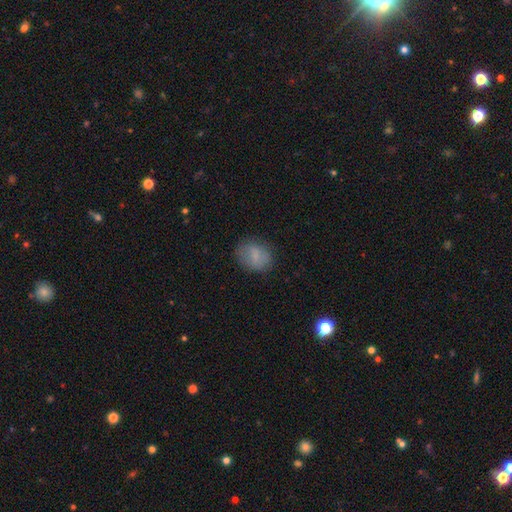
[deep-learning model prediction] Smooth or featured? smooth (77%)
How rounded? in between (62%)
Merging? none (77%)